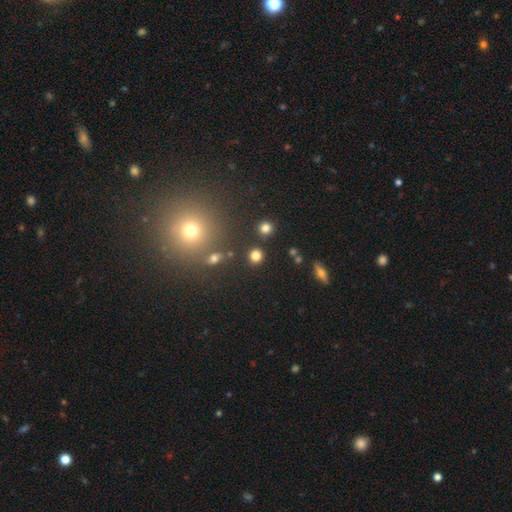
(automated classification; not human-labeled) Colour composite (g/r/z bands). It shows a smooth galaxy with no disk features (79%) that is round (89%). Merging: none (85%).